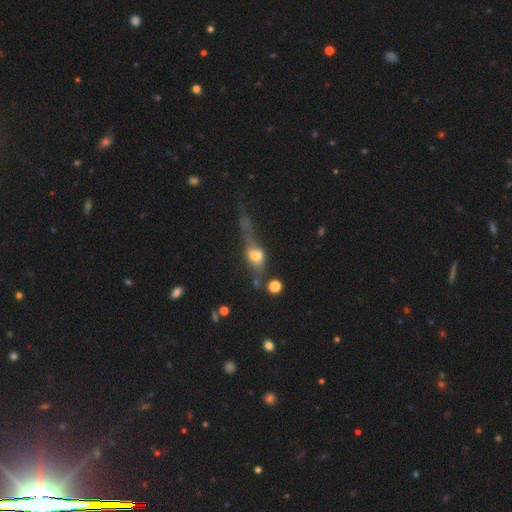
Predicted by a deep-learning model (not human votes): This appears to be a featured or disk galaxy (44%). Merging: major disturbance (36%).